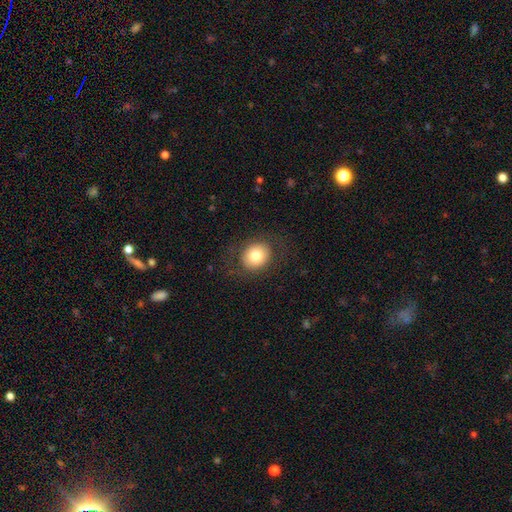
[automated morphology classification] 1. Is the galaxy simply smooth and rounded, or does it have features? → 79% smooth, 12% featured or disk, 9% star or artifact.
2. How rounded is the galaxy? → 67% round, 33% in between, 1% cigar-shaped.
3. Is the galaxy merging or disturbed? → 83% none, 10% minor disturbance, 6% major disturbance, 1% merger.